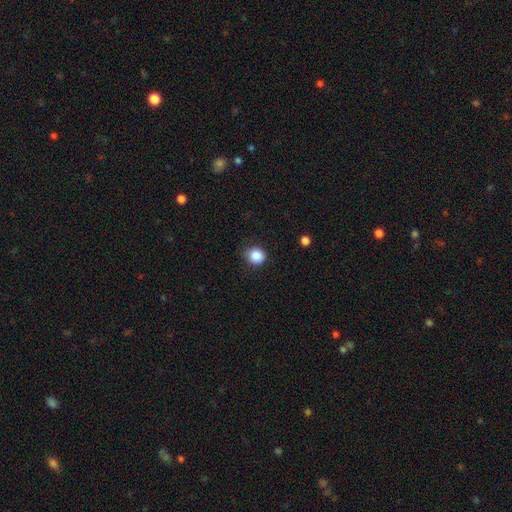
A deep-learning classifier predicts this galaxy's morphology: The model was most divided on "merging": none: 79%, minor disturbance: 16%, major disturbance: 3%, merger: 1%. More confident: smooth or featured — smooth (86%); how rounded — round (85%).